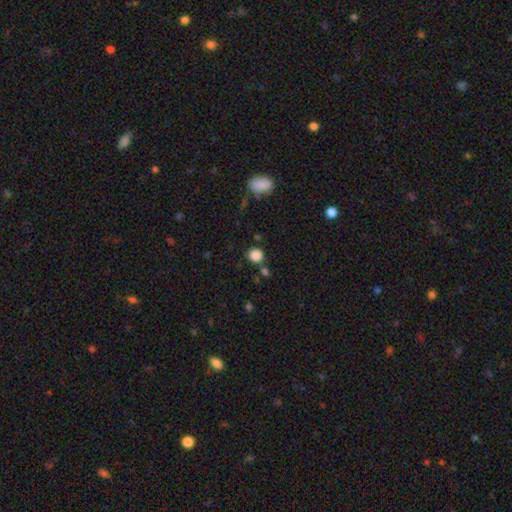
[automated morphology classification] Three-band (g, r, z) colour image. It shows a smooth galaxy with no disk features (86%) that is round (80%). Merging: none (75%).